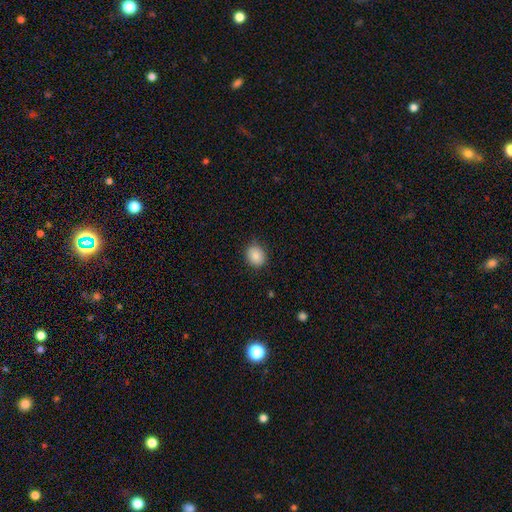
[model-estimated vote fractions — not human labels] Smooth or featured: smooth — 86% (star or artifact — 9%)
How rounded: round — 63% (in between — 36%)
Merging: none — 85% (minor disturbance — 11%)